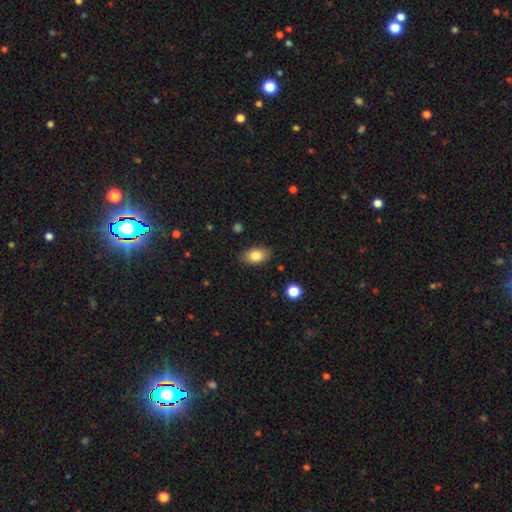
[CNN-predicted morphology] smooth-or-featured: smooth: 82% | featured or disk: 10% | star or artifact: 8%
  how-rounded: in between: 88% | round: 11% | cigar-shaped: 2%
  merging: none: 86% | minor disturbance: 10% | major disturbance: 3% | merger: 1%